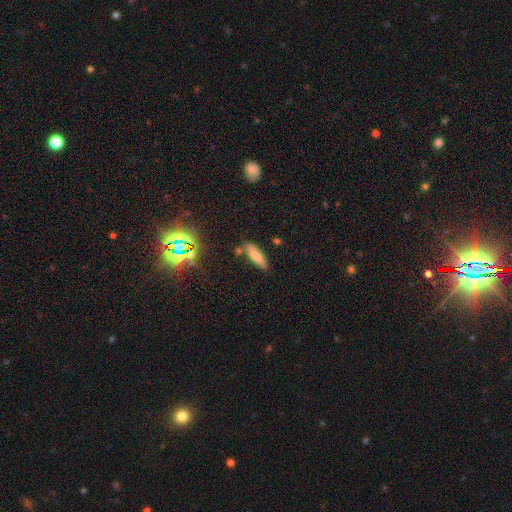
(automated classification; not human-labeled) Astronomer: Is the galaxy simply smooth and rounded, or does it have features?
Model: smooth — 73%.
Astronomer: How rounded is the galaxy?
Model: in between — 50% (runner-up: cigar-shaped, 48%).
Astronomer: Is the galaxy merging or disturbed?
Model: none — 71%.